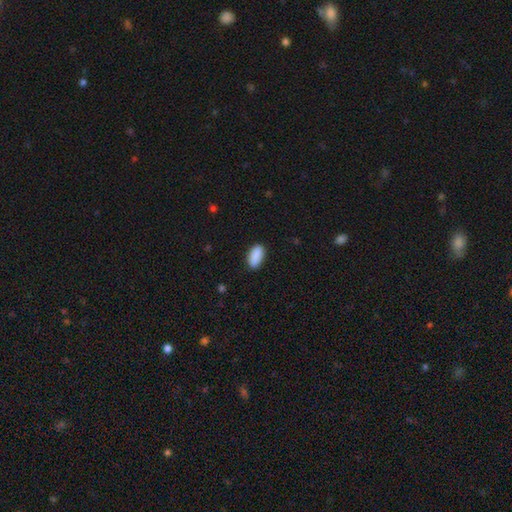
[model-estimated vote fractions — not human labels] The model was most divided on "merging": none: 87%, minor disturbance: 10%, major disturbance: 2%, merger: 1%. More confident: how rounded — in between (92%); smooth or featured — smooth (90%).